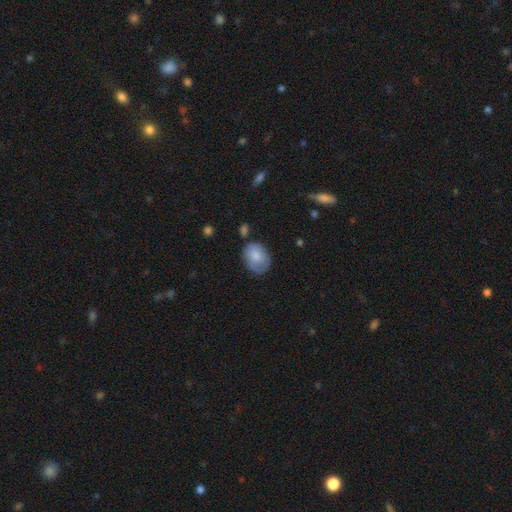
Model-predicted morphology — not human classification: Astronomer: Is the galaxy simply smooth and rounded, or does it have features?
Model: smooth — 74%.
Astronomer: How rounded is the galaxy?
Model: in between — 64%.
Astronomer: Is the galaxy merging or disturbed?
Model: none — 60%.